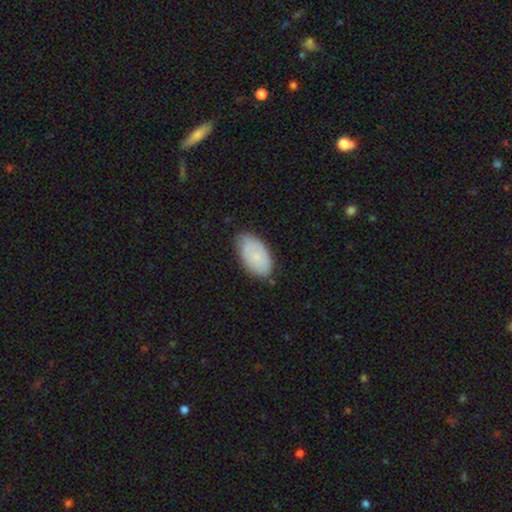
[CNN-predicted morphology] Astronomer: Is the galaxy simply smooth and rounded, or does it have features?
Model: smooth — 71%.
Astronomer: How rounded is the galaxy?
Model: in between — 94%.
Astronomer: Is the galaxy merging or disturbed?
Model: none — 68%.